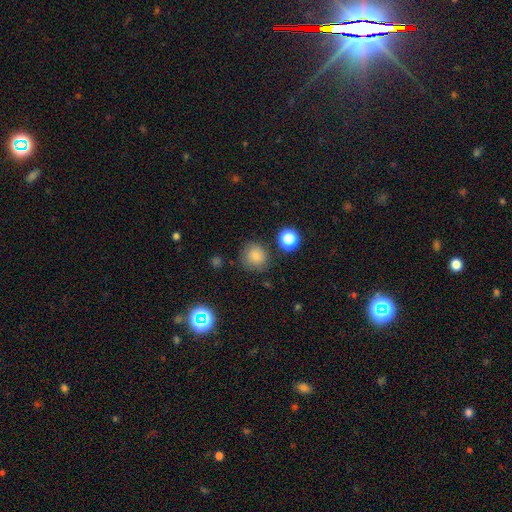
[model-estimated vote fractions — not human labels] This appears to be a smooth galaxy with no disk features (81%) that is round (89%). Merging: none (80%).